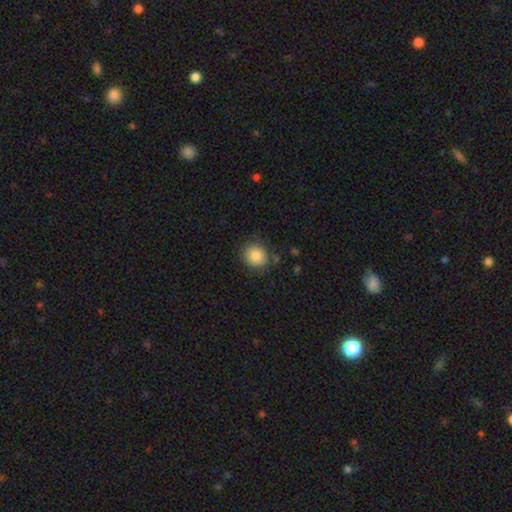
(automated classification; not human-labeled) Smooth or featured: smooth — 86% (star or artifact — 9%)
How rounded: round — 82% (in between — 17%)
Merging: none — 84% (minor disturbance — 11%)